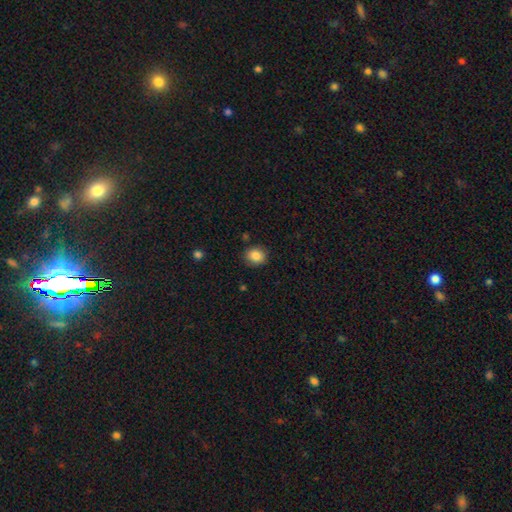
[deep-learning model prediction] Smooth or featured? smooth (85%)
How rounded? round (72%)
Merging? none (86%)